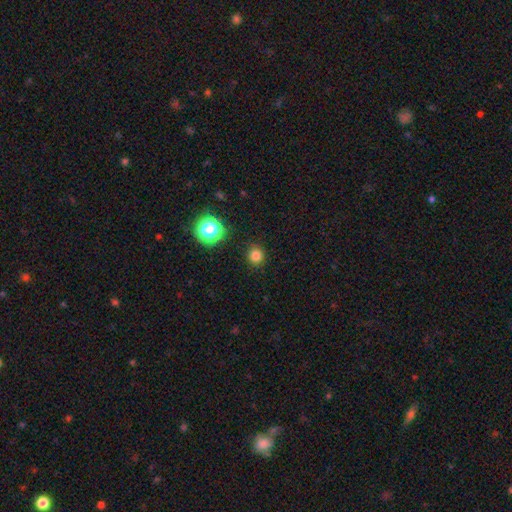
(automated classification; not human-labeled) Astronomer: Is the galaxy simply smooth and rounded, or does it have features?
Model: smooth — 79%.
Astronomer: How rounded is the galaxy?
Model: round — 91%.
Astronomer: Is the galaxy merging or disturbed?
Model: none — 91%.